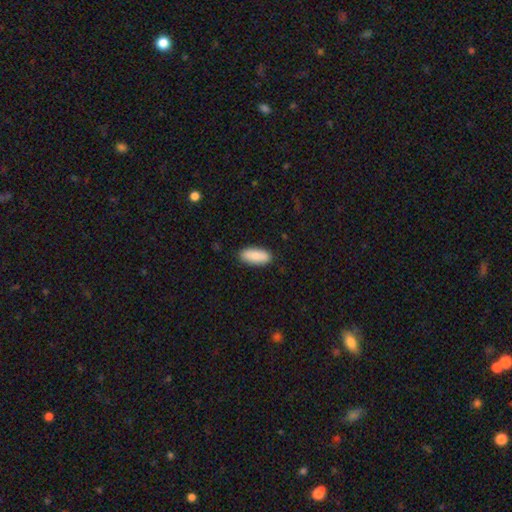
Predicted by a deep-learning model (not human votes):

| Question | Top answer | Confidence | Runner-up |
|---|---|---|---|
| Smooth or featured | smooth | 84% | featured or disk (10%) |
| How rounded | in between | 84% | cigar-shaped (14%) |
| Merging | none | 87% | minor disturbance (10%) |